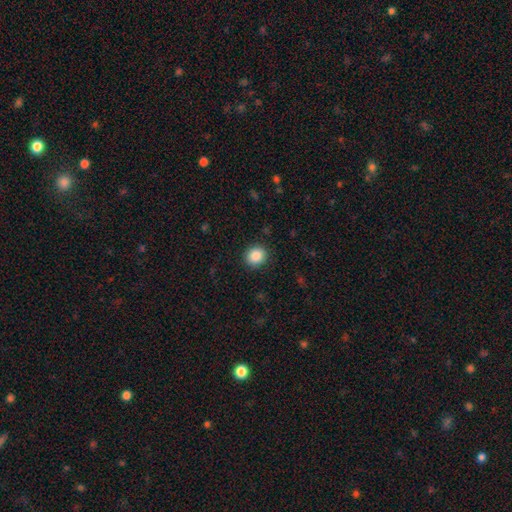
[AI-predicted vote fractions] Q: Smooth or featured?
A: smooth (87%); runner-up: star or artifact (9%)
Q: How rounded?
A: round (83%); runner-up: in between (16%)
Q: Merging?
A: none (90%); runner-up: minor disturbance (7%)